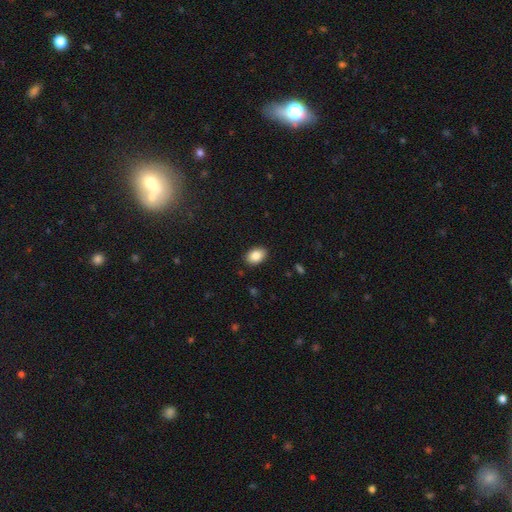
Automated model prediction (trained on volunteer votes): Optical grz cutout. It shows a smooth galaxy with no disk features (87%) that is in between round and cigar-shaped (84%). Merging: none (89%).